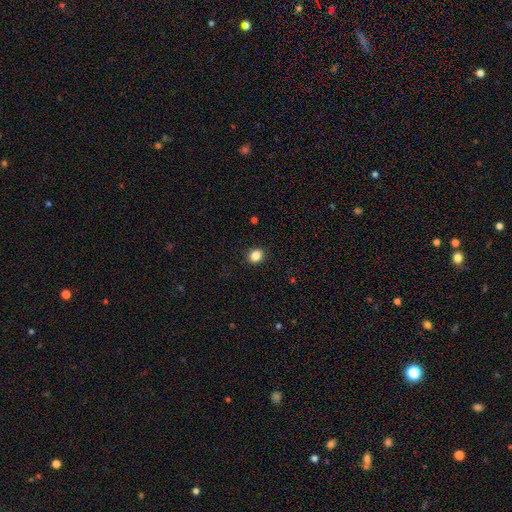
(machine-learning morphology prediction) A smooth galaxy with no disk features (86%) that is round (67%). Merging: none (91%).